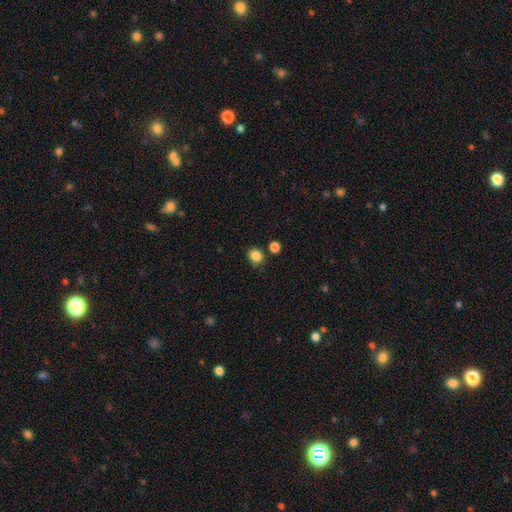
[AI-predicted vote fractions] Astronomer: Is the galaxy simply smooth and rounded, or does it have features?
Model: smooth — 86%.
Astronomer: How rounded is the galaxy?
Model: round — 64%.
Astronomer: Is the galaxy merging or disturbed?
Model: none — 77%.